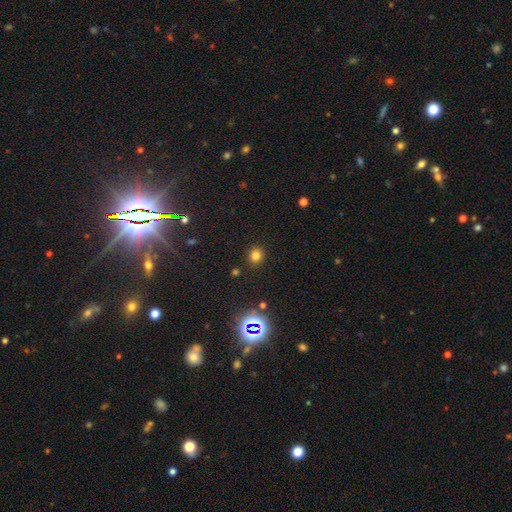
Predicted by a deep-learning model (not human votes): Q: Smooth or featured?
A: smooth (76%); runner-up: star or artifact (19%)
Q: How rounded?
A: round (81%); runner-up: in between (18%)
Q: Merging?
A: none (89%); runner-up: minor disturbance (7%)